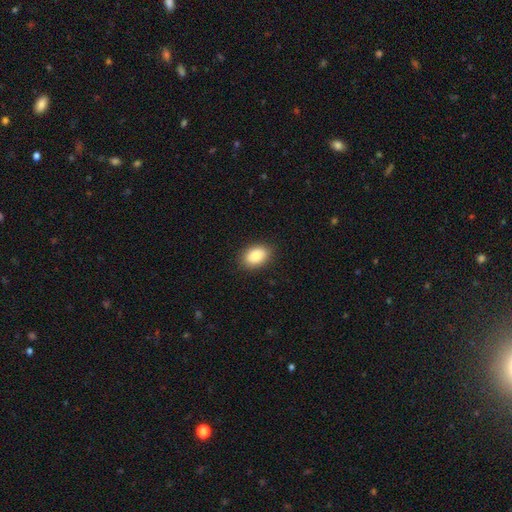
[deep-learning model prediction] Smooth or featured? Predicted: smooth (p=0.87). How rounded? Predicted: in between (p=0.86). Merging? Predicted: none (p=0.88).